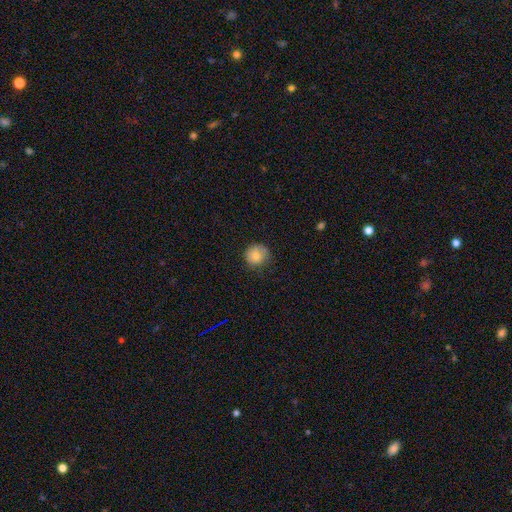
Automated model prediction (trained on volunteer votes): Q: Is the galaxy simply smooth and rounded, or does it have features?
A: smooth — 77%.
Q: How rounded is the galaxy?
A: round — 88%.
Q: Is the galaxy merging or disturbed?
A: none — 73%.